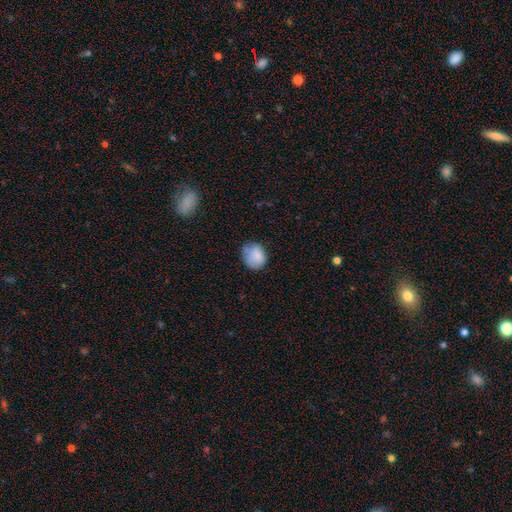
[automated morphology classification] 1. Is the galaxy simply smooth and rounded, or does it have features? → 83% smooth, 9% featured or disk, 8% star or artifact.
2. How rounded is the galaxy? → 60% round, 39% in between, 1% cigar-shaped.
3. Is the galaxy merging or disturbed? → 57% none, 32% minor disturbance, 8% major disturbance, 3% merger.